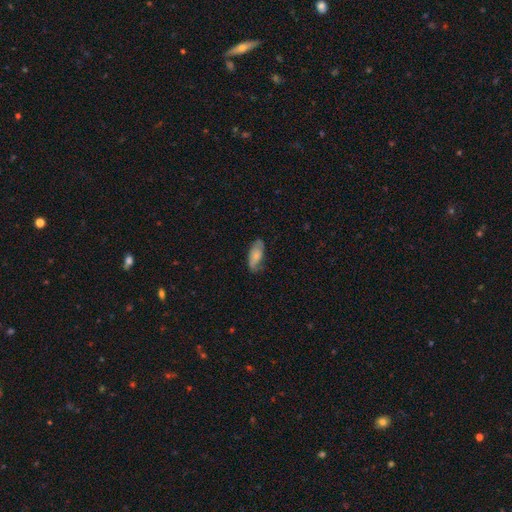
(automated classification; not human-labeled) Overall: smooth (67%). How rounded: in between (83%). Merging: none (64%; minor disturbance 27%).